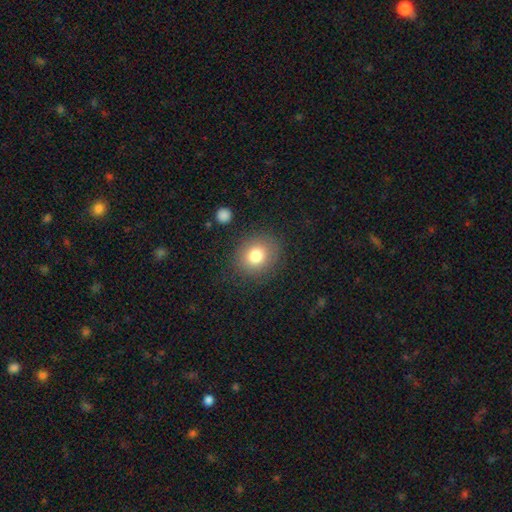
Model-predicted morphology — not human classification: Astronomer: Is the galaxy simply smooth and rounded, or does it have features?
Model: smooth — 79%.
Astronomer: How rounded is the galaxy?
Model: round — 70%.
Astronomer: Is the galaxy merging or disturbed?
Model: none — 83%.